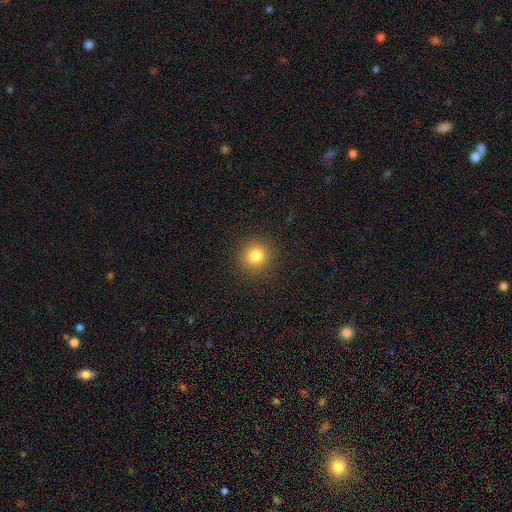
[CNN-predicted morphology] smooth-or-featured: smooth: 82% | star or artifact: 12% | featured or disk: 6%
  how-rounded: round: 92% | in between: 7% | cigar-shaped: 1%
  merging: none: 90% | minor disturbance: 6% | major disturbance: 3% | merger: 1%